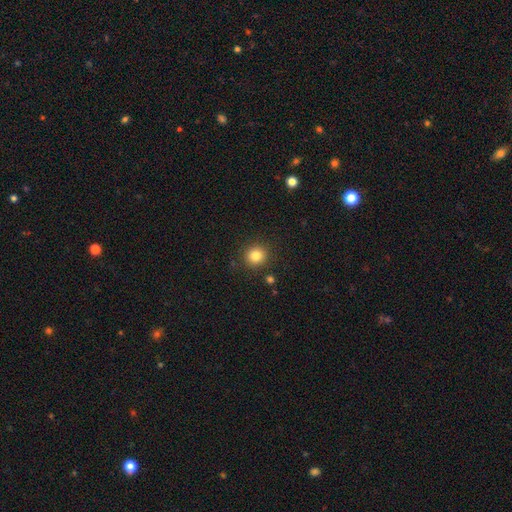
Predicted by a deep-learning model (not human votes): Smooth or featured?
  - smooth: 83% *
  - star or artifact: 11%
  - featured or disk: 6%
How rounded?
  - round: 90% *
  - in between: 9%
  - cigar-shaped: 1%
Merging?
  - none: 89% *
  - minor disturbance: 7%
  - major disturbance: 2%
  - merger: 2%